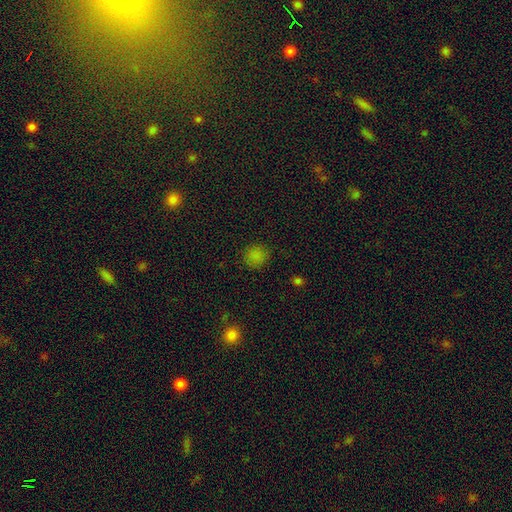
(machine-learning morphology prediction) This is clearly a smooth galaxy (80%). How rounded: clearly round (87%). Merging: clearly none (87%).